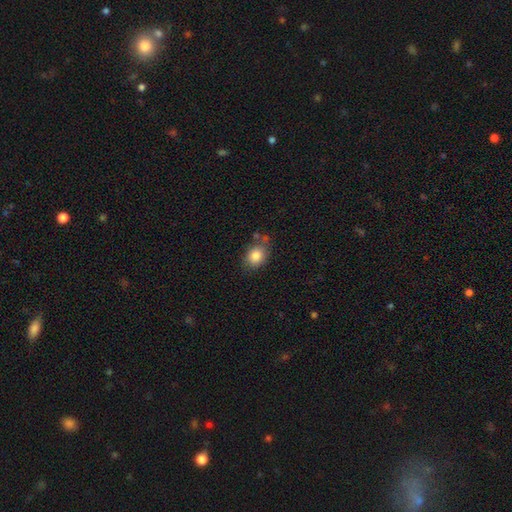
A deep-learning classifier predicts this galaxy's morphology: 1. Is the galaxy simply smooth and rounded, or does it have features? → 84% smooth, 8% star or artifact, 8% featured or disk.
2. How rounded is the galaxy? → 61% in between, 38% round, 1% cigar-shaped.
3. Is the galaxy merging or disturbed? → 64% none, 22% minor disturbance, 8% merger, 6% major disturbance.